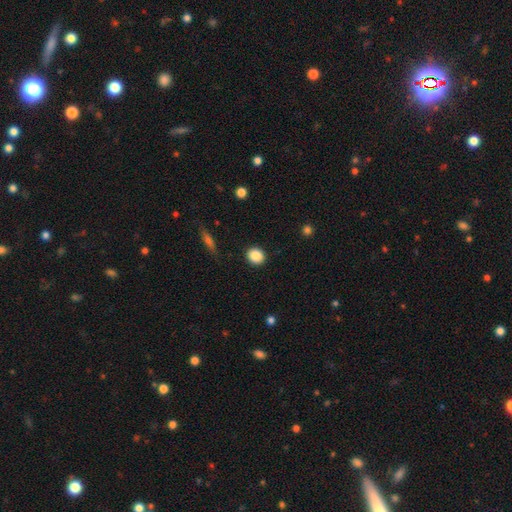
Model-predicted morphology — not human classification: Overall: smooth (88%). How rounded: round (76%). Merging: none (90%).